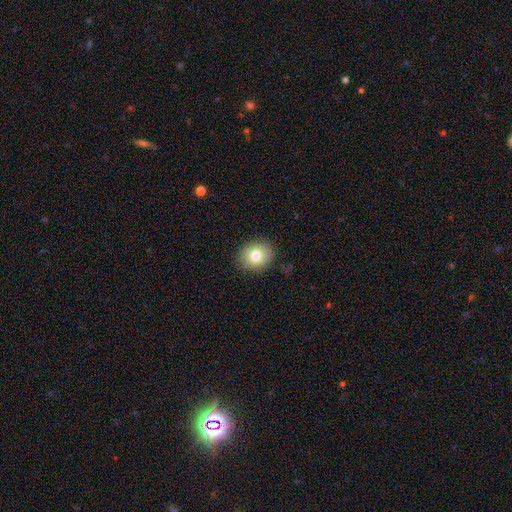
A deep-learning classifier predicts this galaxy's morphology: Smooth or featured? Predicted: smooth (p=0.79). How rounded? Predicted: round (p=0.62). Merging? Predicted: none (p=0.88).